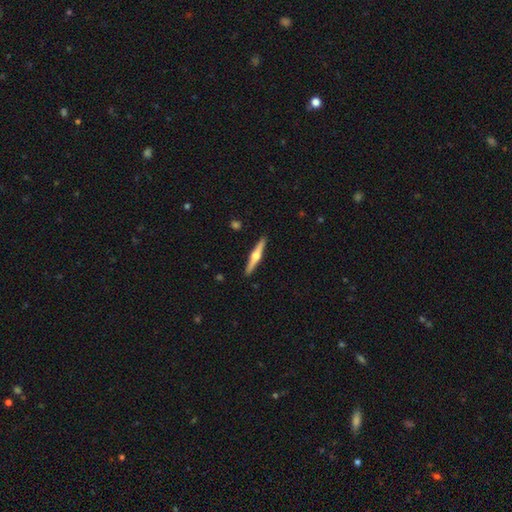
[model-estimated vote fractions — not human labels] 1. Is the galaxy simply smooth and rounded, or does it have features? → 73% featured or disk, 23% smooth, 5% star or artifact.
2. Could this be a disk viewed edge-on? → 98% yes, 2% no.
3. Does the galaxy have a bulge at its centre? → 95% rounded, 2% boxy, 2% none.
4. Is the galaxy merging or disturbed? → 92% none, 5% minor disturbance, 1% major disturbance, 1% merger.